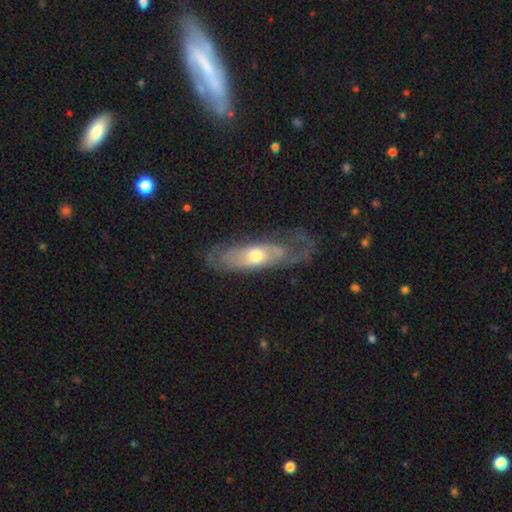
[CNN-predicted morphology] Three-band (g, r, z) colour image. It shows a featured or disk galaxy (64%). Merging: none (54%).